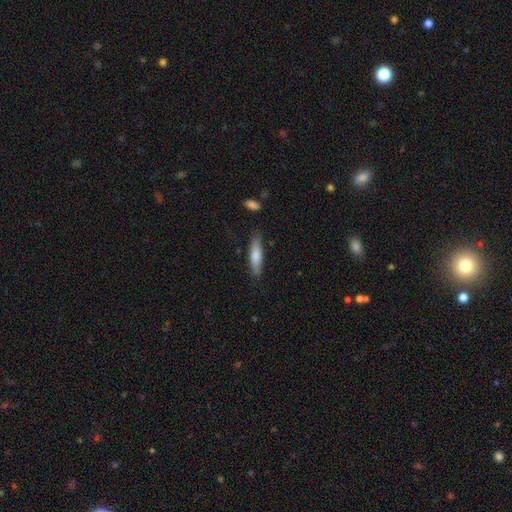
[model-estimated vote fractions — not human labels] Smooth or featured?
  - smooth: 73% *
  - featured or disk: 21%
  - star or artifact: 6%
How rounded?
  - cigar-shaped: 74% *
  - in between: 24%
  - round: 2%
Merging?
  - none: 82% *
  - minor disturbance: 13%
  - major disturbance: 3%
  - merger: 2%